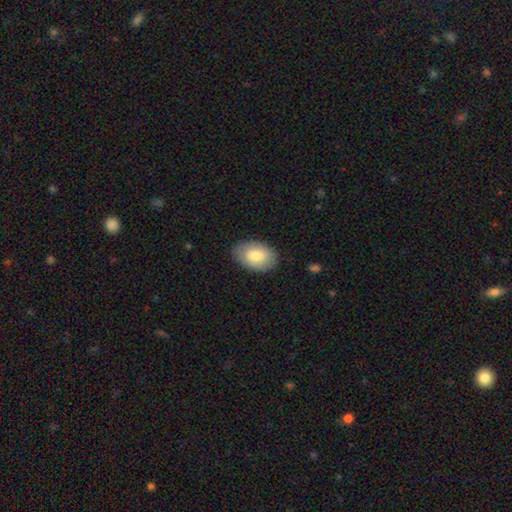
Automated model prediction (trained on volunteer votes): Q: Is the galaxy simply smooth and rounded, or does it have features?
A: smooth — 79%.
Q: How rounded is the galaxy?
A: in between — 88%.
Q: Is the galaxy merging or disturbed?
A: none — 85%.